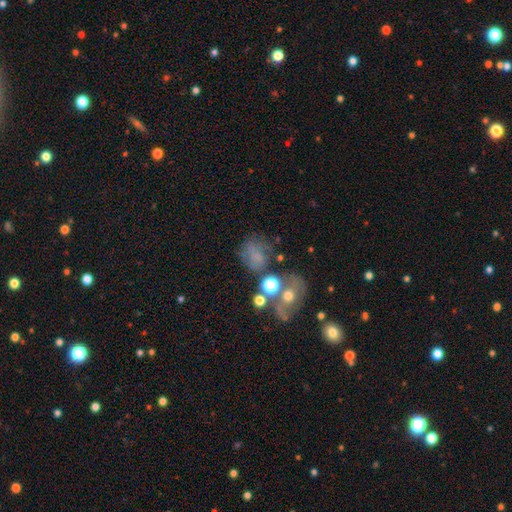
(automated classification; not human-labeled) Morphology: type=smooth (57%); roundness=round (53%); merging=none (41%).